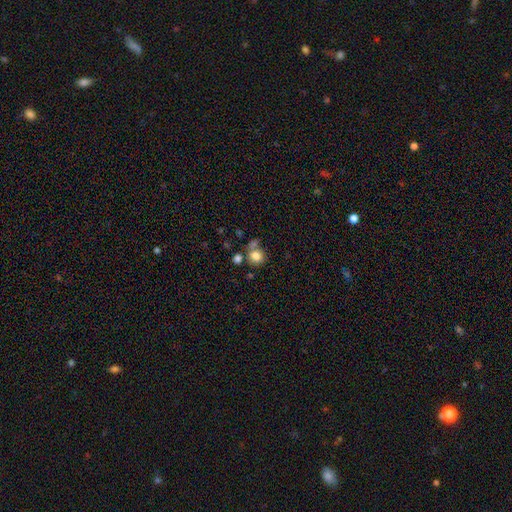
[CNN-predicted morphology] A smooth galaxy with no disk features (80%) that is round (80%).

Vote fractions:
- Smooth or featured? smooth: 80% / star or artifact: 11% / featured or disk: 9%
- How rounded? round: 80% / in between: 19% / cigar-shaped: 1%
- Merging? none: 56% / merger: 24% / minor disturbance: 14% / major disturbance: 6%